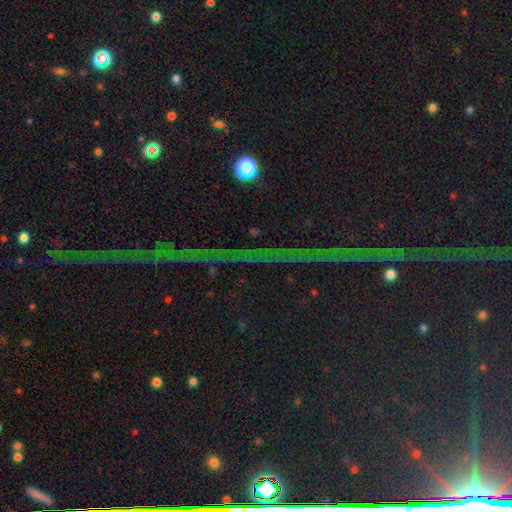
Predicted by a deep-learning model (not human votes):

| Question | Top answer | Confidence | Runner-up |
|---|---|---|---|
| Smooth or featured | star or artifact | 83% | featured or disk (9%) |